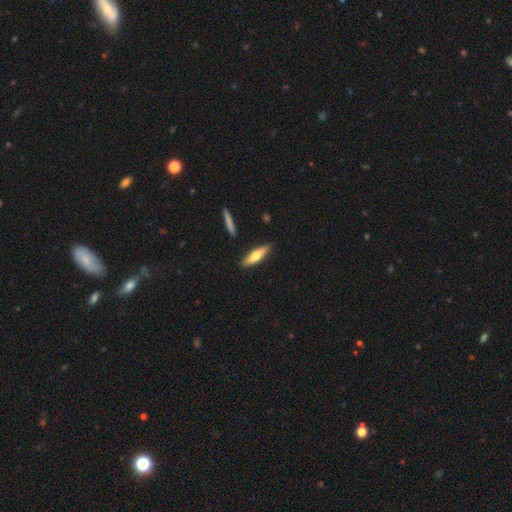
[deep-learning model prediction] Smooth or featured?
  - smooth: 61% *
  - featured or disk: 34%
  - star or artifact: 5%
How rounded?
  - cigar-shaped: 70% *
  - in between: 28%
  - round: 2%
Merging?
  - none: 87% *
  - minor disturbance: 9%
  - merger: 3%
  - major disturbance: 2%